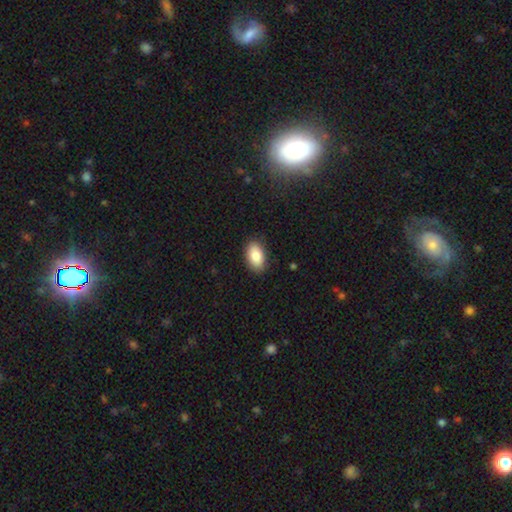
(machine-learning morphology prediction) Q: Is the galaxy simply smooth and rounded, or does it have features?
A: smooth — 86%.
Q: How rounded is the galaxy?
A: in between — 93%.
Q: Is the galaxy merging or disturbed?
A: none — 86%.